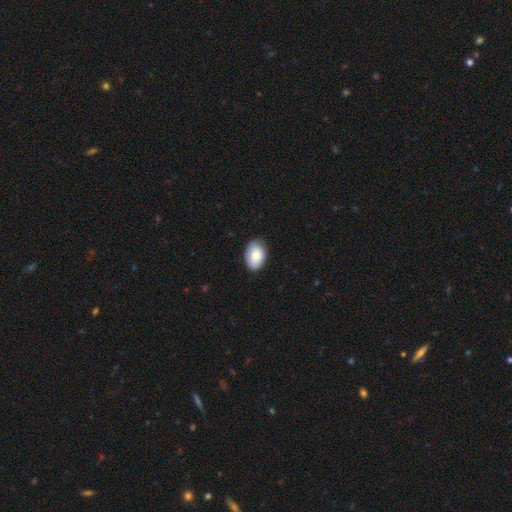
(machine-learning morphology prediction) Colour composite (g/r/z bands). It shows a smooth galaxy with no disk features (84%) that is in between round and cigar-shaped (89%). Merging: none (86%).